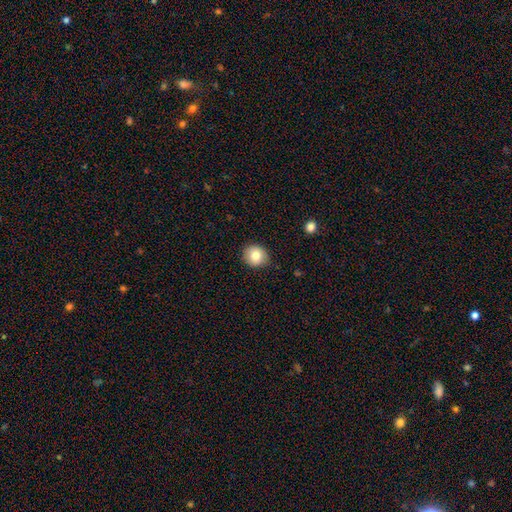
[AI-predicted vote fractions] Smooth or featured?
  - smooth: 81% *
  - featured or disk: 10%
  - star or artifact: 9%
How rounded?
  - round: 83% *
  - in between: 16%
  - cigar-shaped: 1%
Merging?
  - none: 86% *
  - minor disturbance: 11%
  - major disturbance: 2%
  - merger: 1%